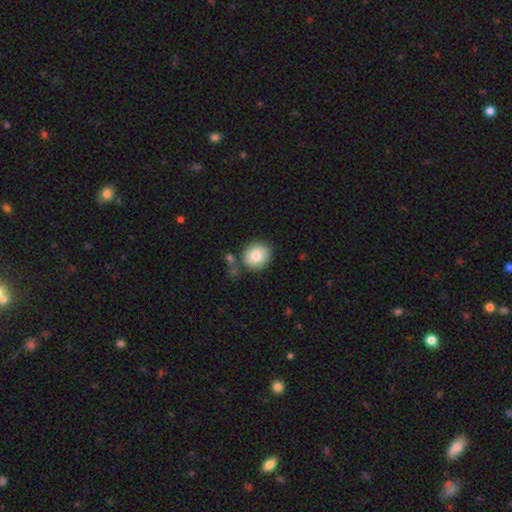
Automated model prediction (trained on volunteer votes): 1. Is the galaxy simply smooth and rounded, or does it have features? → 81% smooth, 11% featured or disk, 8% star or artifact.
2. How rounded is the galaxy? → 79% round, 20% in between, 1% cigar-shaped.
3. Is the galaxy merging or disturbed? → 71% none, 14% minor disturbance, 11% merger, 4% major disturbance.